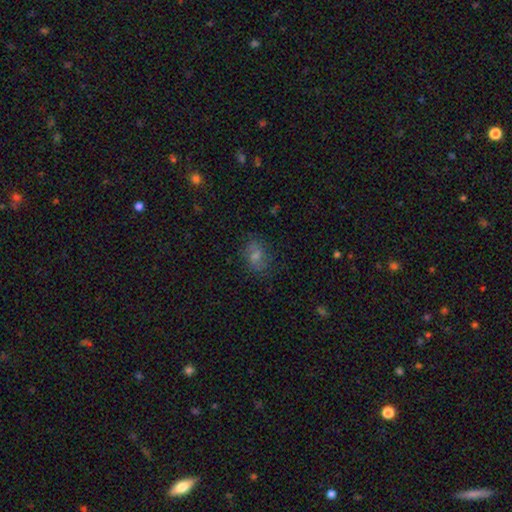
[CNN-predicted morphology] smooth-or-featured: smooth: 45% | star or artifact: 28% | featured or disk: 27%
  merging: none: 77% | minor disturbance: 15% | major disturbance: 6% | merger: 2%